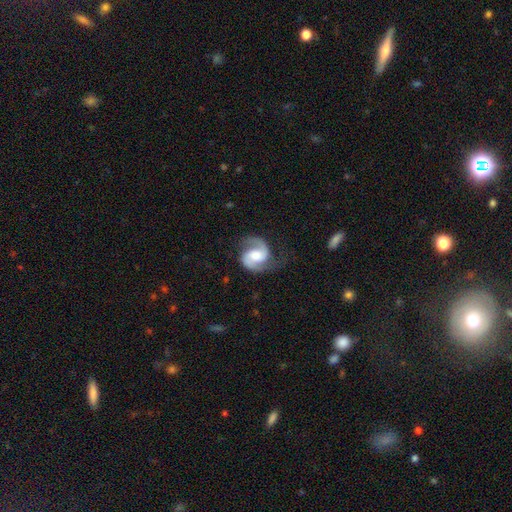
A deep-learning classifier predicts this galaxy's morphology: Smooth or featured?
  - featured or disk: 89% *
  - smooth: 7%
  - star or artifact: 5%
Edge-on disk?
  - no: 98% *
  - yes: 2%
Bar?
  - no: 45% *
  - weak: 41%
  - strong: 14%
Spiral arms?
  - yes: 98% *
  - no: 2%
Spiral winding?
  - medium: 57% *
  - tight: 23%
  - loose: 20%
Spiral arm count?
  - 2: 93% *
  - 1: 2%
  - can't tell: 2%
  - 3: 1%
  - 4: 1%
  - more than 4: 1%
Bulge size?
  - moderate: 51% *
  - large: 23%
  - small: 17%
  - none: 6%
  - dominant: 2%
Merging?
  - none: 71% *
  - minor disturbance: 18%
  - major disturbance: 10%
  - merger: 1%